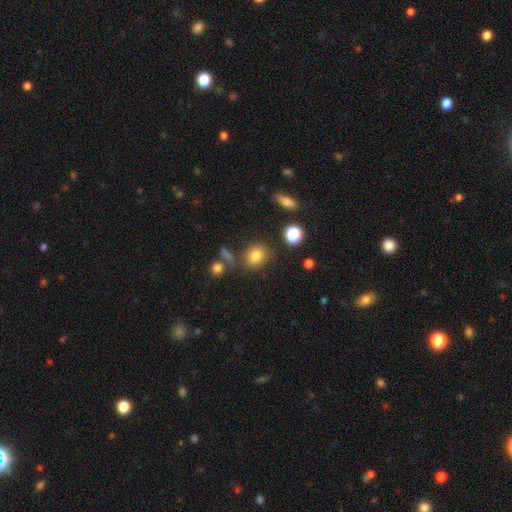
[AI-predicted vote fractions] This is likely a smooth galaxy (79%). How rounded: likely round (64%). Merging: likely none (75%).